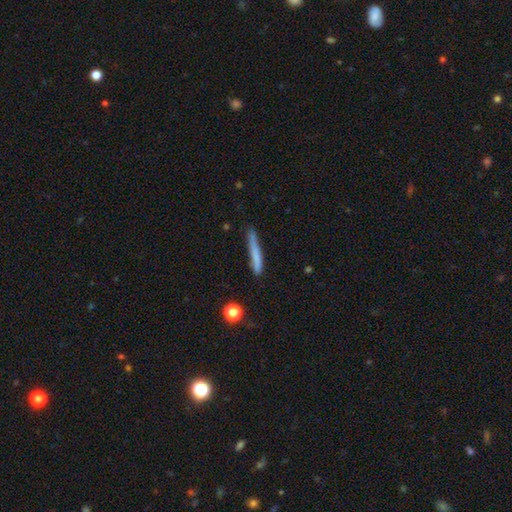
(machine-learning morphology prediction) Q: Smooth or featured?
A: smooth (71%); runner-up: featured or disk (22%)
Q: How rounded?
A: cigar-shaped (95%); runner-up: in between (4%)
Q: Merging?
A: none (73%); runner-up: minor disturbance (20%)